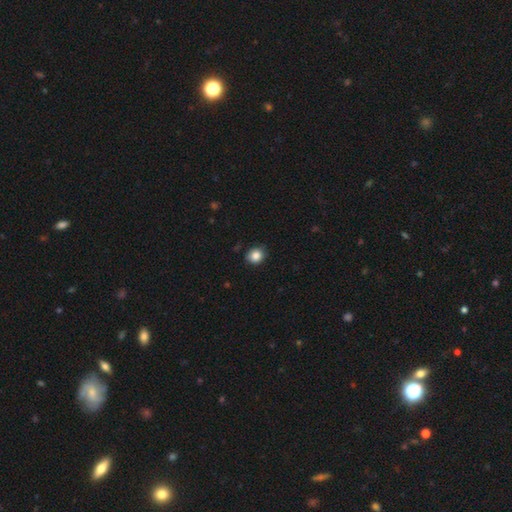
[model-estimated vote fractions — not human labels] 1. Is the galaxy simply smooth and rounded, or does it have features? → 86% smooth, 10% star or artifact, 5% featured or disk.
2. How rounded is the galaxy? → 73% round, 26% in between, 1% cigar-shaped.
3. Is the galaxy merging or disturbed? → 83% none, 13% minor disturbance, 2% major disturbance, 1% merger.